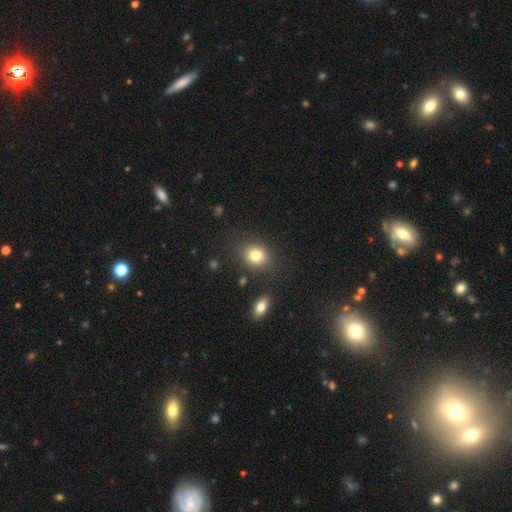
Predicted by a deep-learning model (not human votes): This is clearly a smooth galaxy (81%). How rounded: possibly round (57%). Merging: likely none (80%).